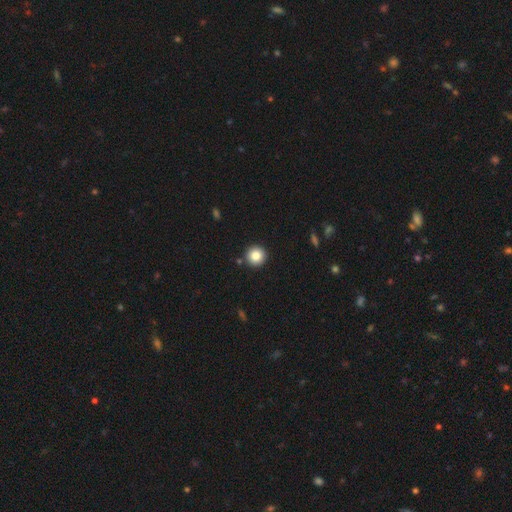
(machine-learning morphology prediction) A smooth galaxy with no disk features (84%) that is round (95%). Merging: none (90%).